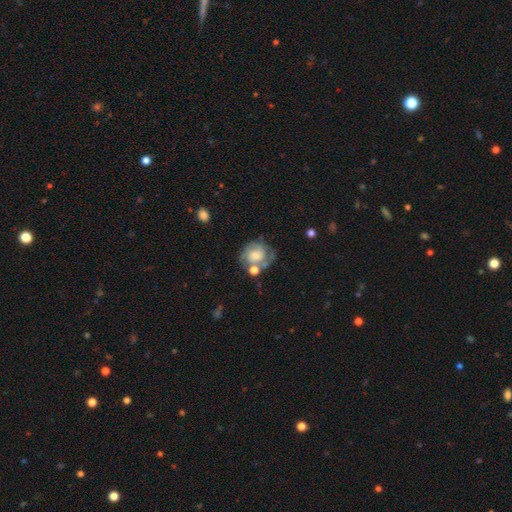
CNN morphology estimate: Smooth or featured? featured or disk (56%)
Edge-on disk? no (98%)
Bar? no (75%)
Spiral arms? yes (75%)
Bulge size? moderate (30%)
Merging? none (45%)